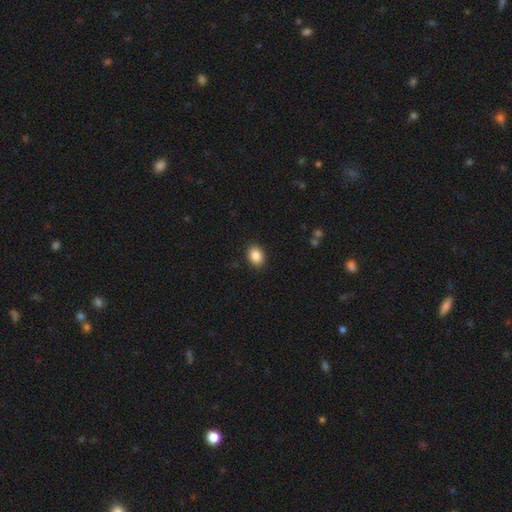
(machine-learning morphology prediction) A smooth galaxy with no disk features (87%) that is in between round and cigar-shaped (57%).

Vote fractions:
- Smooth or featured? smooth: 87% / star or artifact: 9% / featured or disk: 4%
- How rounded? in between: 57% / round: 42% / cigar-shaped: 1%
- Merging? none: 90% / minor disturbance: 7% / major disturbance: 2% / merger: 1%